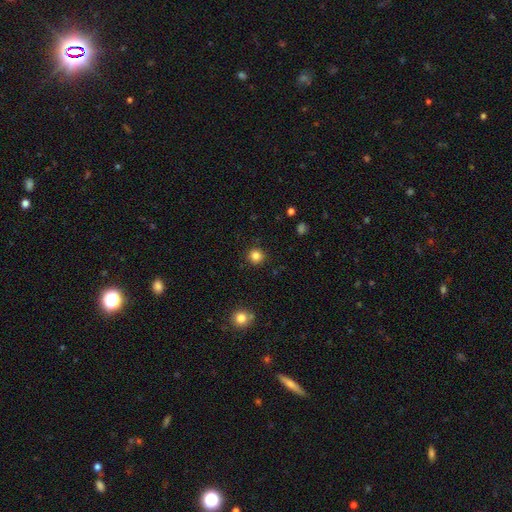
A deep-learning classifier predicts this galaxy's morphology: This appears to be a smooth galaxy with no disk features (84%) that is round (95%). Merging: none (91%).